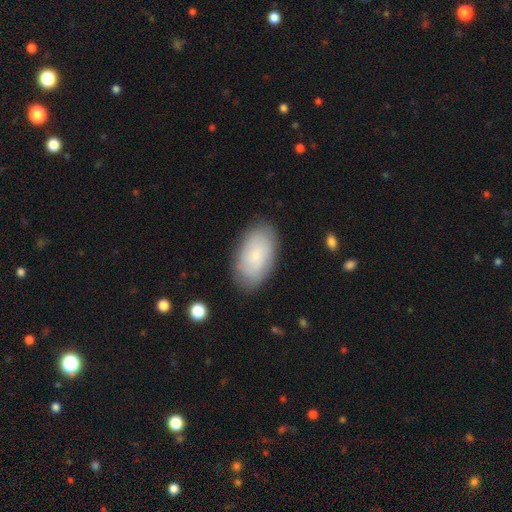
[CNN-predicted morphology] A smooth galaxy with no disk features (73%) that is in between round and cigar-shaped (95%). Merging: none (83%).